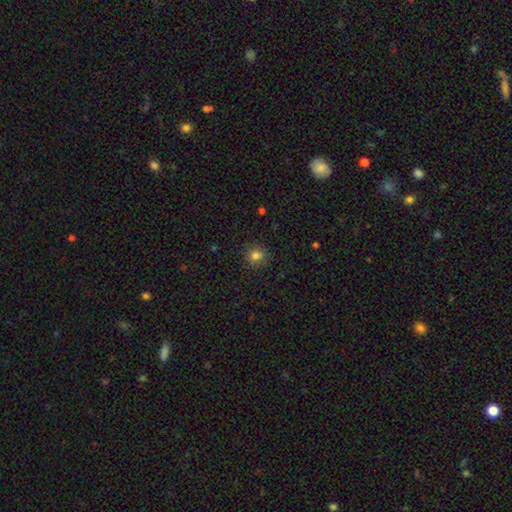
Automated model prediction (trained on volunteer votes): Q: Smooth or featured?
A: smooth (81%); runner-up: star or artifact (13%)
Q: How rounded?
A: round (87%); runner-up: in between (12%)
Q: Merging?
A: none (87%); runner-up: minor disturbance (9%)